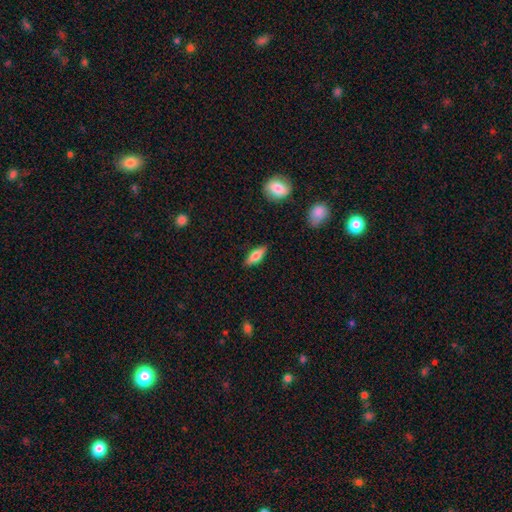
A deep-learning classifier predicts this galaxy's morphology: smooth_or_featured: smooth (p=0.65) [alt: featured or disk p=0.28]
how_rounded: in between (p=0.62) [alt: cigar-shaped p=0.35]
merging: none (p=0.87) [alt: minor disturbance p=0.10]